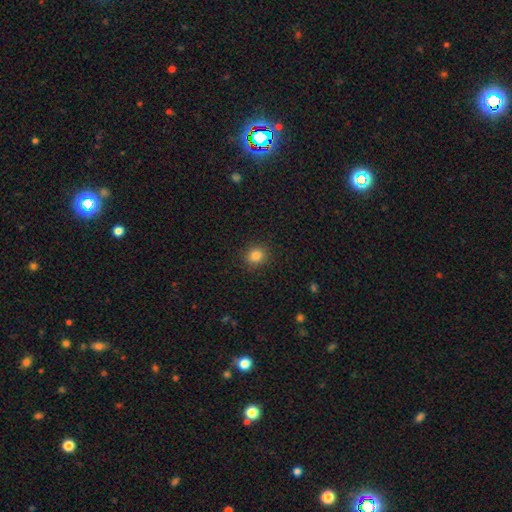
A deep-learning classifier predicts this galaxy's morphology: The model was most divided on "how rounded": round: 78%, in between: 21%, cigar-shaped: 1%. More confident: merging — none (89%); smooth or featured — smooth (84%).